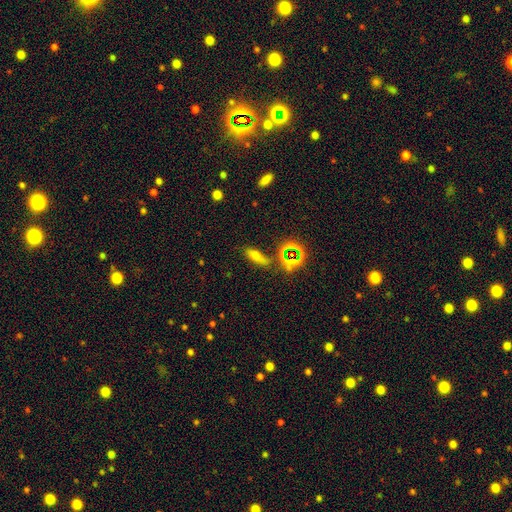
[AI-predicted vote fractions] Morphology: type=smooth (58%); roundness=in between (49%); merging=none (66%).